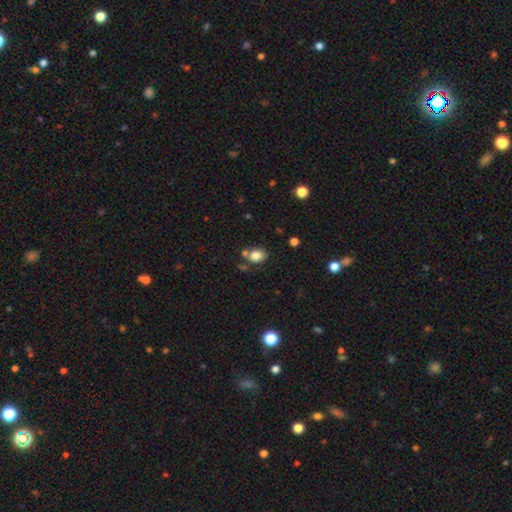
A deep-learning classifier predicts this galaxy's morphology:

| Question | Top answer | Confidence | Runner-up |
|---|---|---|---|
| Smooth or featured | smooth | 82% | star or artifact (11%) |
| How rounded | in between | 61% | round (37%) |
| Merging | none | 63% | merger (17%) |